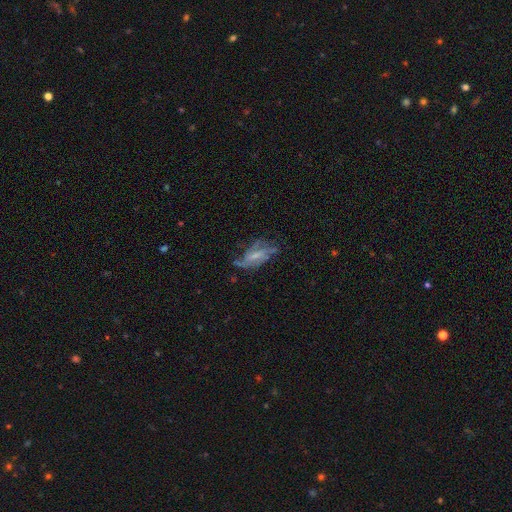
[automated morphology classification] Smooth or featured: featured or disk — 73% (smooth — 18%)
Edge-on disk: no — 91% (yes — 9%)
Bar: weak — 45% (no — 36%)
Spiral arms: yes — 84% (no — 16%)
Spiral winding: medium — 43% (loose — 31%)
Spiral arm count: 2 — 32% (can't tell — 31%)
Bulge size: small — 48% (moderate — 28%)
Merging: none — 52% (minor disturbance — 24%)